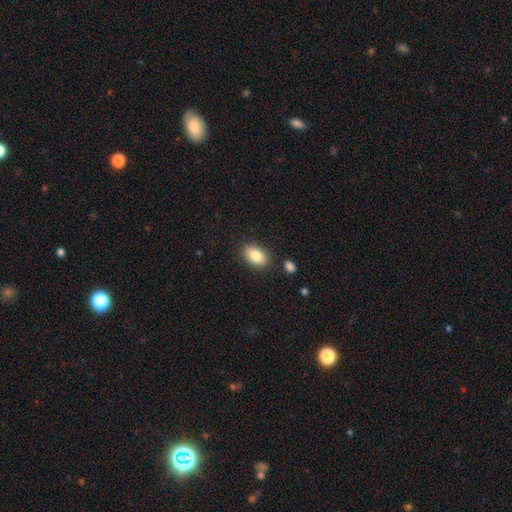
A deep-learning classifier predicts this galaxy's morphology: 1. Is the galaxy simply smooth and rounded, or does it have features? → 84% smooth, 8% featured or disk, 7% star or artifact.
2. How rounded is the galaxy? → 89% in between, 10% round, 1% cigar-shaped.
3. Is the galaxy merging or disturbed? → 85% none, 10% minor disturbance, 3% merger, 3% major disturbance.